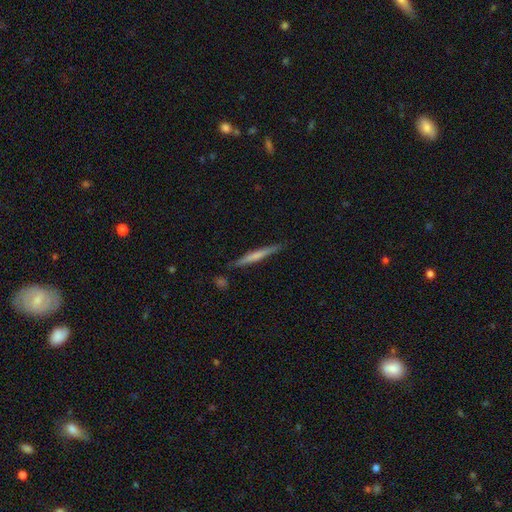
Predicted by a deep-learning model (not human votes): Overall: smooth (52%; featured or disk 43%). How rounded: cigar-shaped (96%). Merging: none (86%).